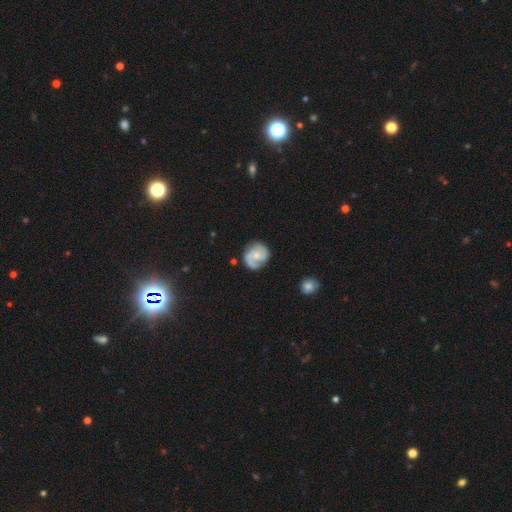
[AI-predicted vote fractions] smooth_or_featured: featured or disk (p=0.70) [alt: smooth p=0.24]
disk_edge_on: no (p=0.98) [alt: yes p=0.02]
bar: no (p=0.68) [alt: weak p=0.28]
has_spiral_arms: yes (p=0.92) [alt: no p=0.08]
spiral_winding: medium (p=0.44) [alt: tight p=0.36]
spiral_arm_count: 2 (p=0.67) [alt: can't tell p=0.12]
bulge_size: small (p=0.56) [alt: moderate p=0.39]
merging: none (p=0.73) [alt: minor disturbance p=0.19]